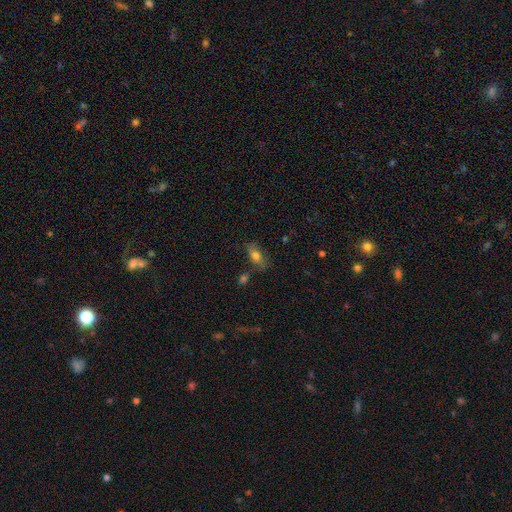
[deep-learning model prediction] Smooth or featured? smooth (72%)
How rounded? in between (83%)
Merging? none (69%)